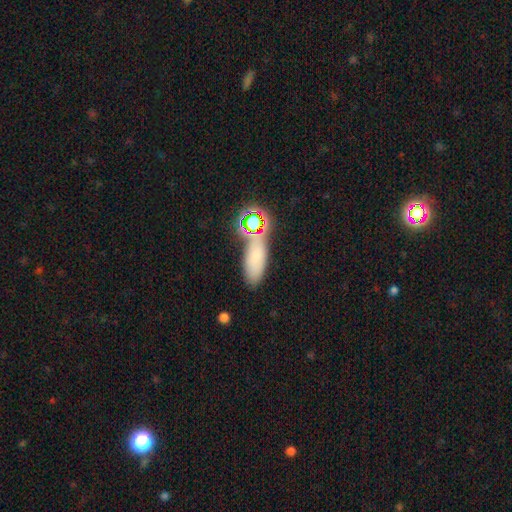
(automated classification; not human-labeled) Q: Smooth or featured?
A: smooth (61%); runner-up: star or artifact (27%)
Q: How rounded?
A: in between (65%); runner-up: cigar-shaped (25%)
Q: Merging?
A: none (62%); runner-up: merger (16%)